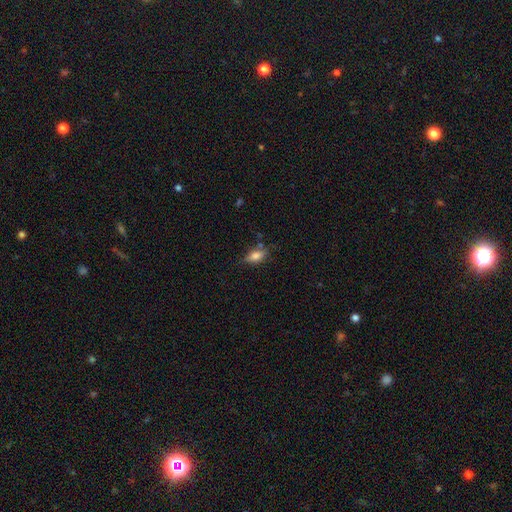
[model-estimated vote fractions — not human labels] Smooth or featured? smooth (79%)
How rounded? in between (84%)
Merging? none (69%)